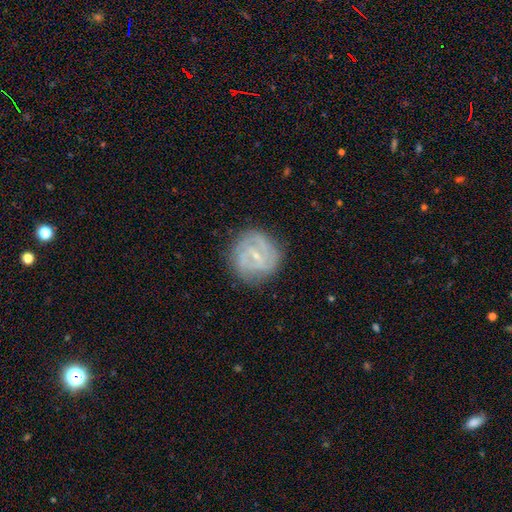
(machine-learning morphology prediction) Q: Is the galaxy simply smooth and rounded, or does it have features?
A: featured or disk — 80%.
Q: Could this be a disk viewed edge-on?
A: no — 98%.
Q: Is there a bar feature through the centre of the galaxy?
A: weak — 54%.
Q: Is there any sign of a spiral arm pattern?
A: yes — 93%.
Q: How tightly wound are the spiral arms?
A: tight — 58%.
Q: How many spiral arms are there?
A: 2 — 40%.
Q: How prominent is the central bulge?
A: small — 78%.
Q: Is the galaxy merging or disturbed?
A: none — 80%.